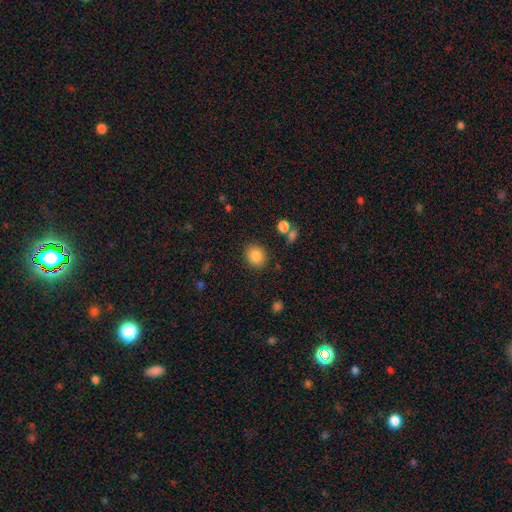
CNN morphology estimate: The model was most divided on "how rounded": round: 78%, in between: 21%, cigar-shaped: 1%. More confident: merging — none (87%); smooth or featured — smooth (86%).